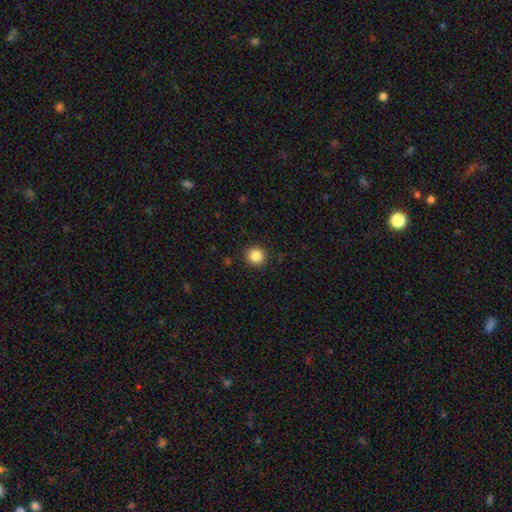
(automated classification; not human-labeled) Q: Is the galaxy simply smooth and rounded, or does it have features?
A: smooth — 86%.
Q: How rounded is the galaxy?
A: round — 93%.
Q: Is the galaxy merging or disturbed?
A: none — 91%.